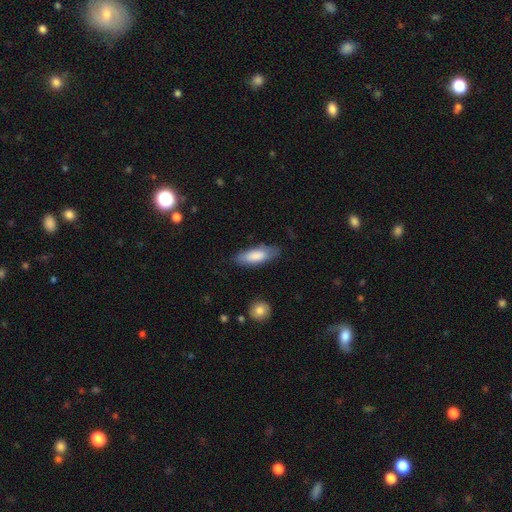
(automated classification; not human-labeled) Q: Smooth or featured?
A: smooth (81%); runner-up: featured or disk (14%)
Q: How rounded?
A: in between (68%); runner-up: cigar-shaped (30%)
Q: Merging?
A: none (79%); runner-up: minor disturbance (16%)